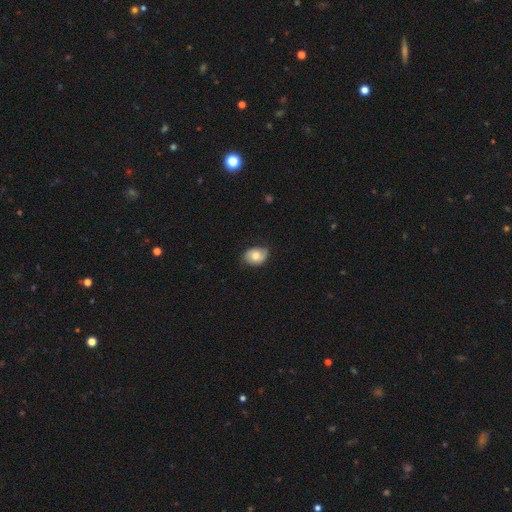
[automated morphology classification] Smooth or featured? smooth (55%)
How rounded? in between (68%)
Merging? none (71%)